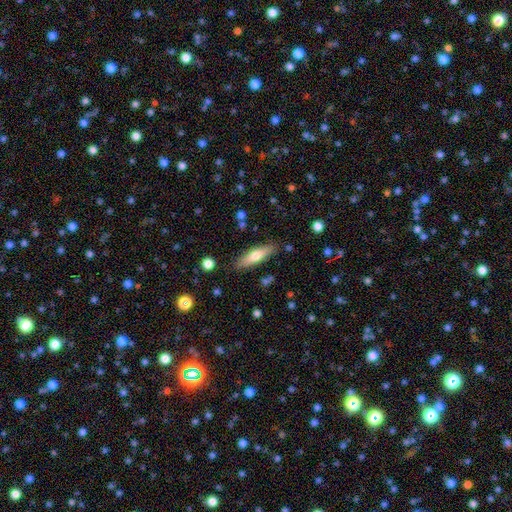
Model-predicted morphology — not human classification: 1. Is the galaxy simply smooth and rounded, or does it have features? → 60% smooth, 34% featured or disk, 6% star or artifact.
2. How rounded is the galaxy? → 63% cigar-shaped, 35% in between, 2% round.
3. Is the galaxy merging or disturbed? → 83% none, 11% minor disturbance, 3% merger, 3% major disturbance.